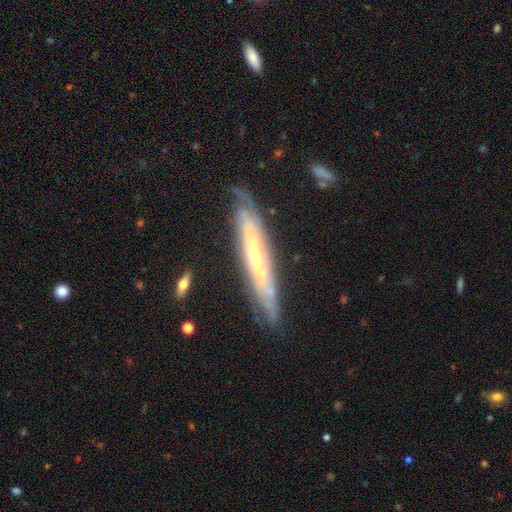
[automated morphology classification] A featured or disk galaxy (77%) viewed edge-on (61%). Merging: none (74%).